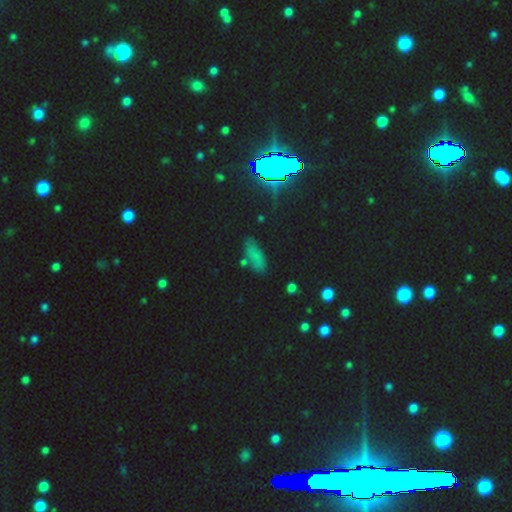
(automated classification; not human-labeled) Smooth or featured: smooth — 56% (star or artifact — 32%)
How rounded: in between — 66% (cigar-shaped — 26%)
Merging: none — 67% (minor disturbance — 19%)